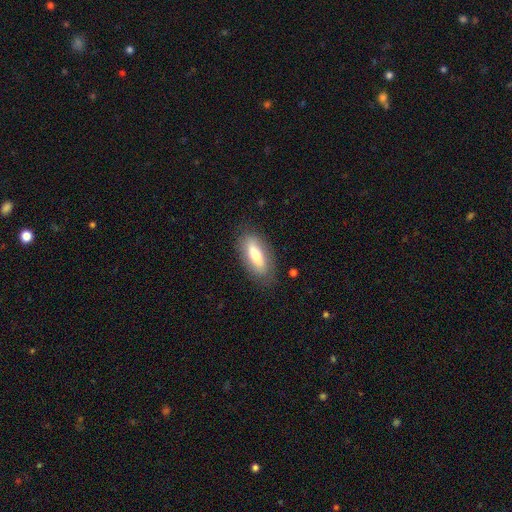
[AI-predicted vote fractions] This is likely a smooth galaxy (67%). How rounded: likely in between (69%). Merging: clearly none (82%).